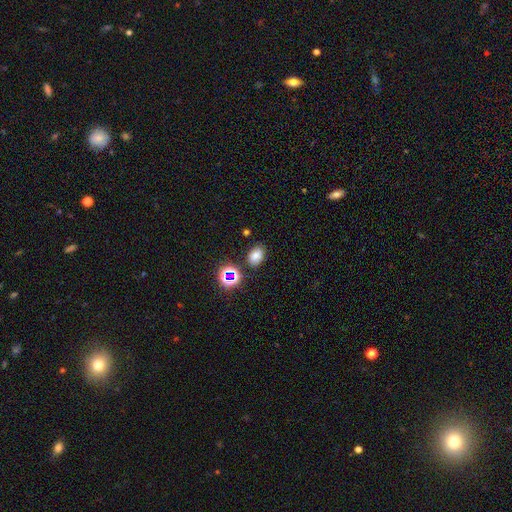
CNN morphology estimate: smooth_or_featured: smooth (p=0.73) [alt: star or artifact p=0.19]
how_rounded: in between (p=0.75) [alt: round p=0.24]
merging: none (p=0.81) [alt: minor disturbance p=0.12]